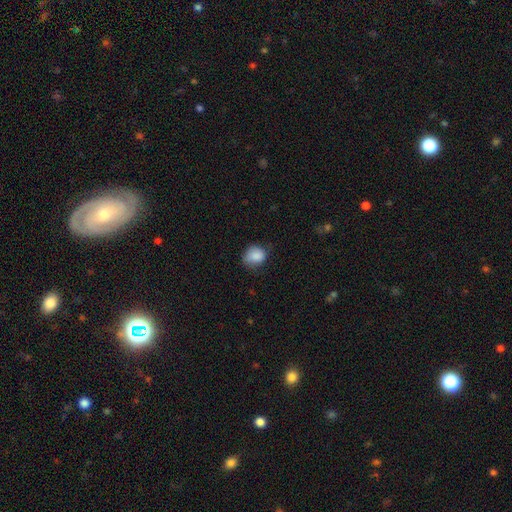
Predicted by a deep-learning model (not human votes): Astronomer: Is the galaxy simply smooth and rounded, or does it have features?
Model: smooth — 86%.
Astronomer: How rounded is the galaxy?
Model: round — 53% (runner-up: in between, 46%).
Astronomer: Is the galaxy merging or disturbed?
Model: none — 60%.